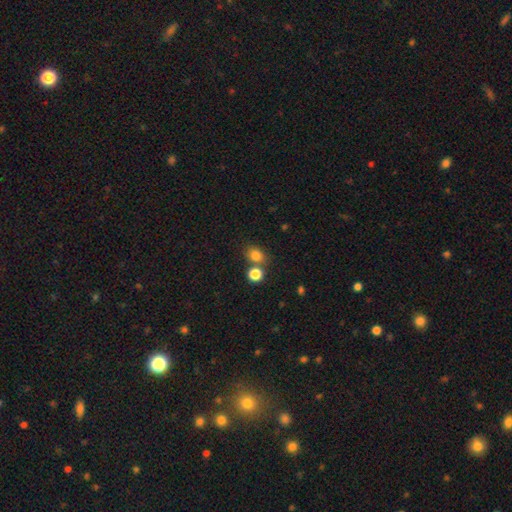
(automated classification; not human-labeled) Smooth or featured?
  - smooth: 81% *
  - star or artifact: 13%
  - featured or disk: 6%
How rounded?
  - round: 63% *
  - in between: 36%
  - cigar-shaped: 1%
Merging?
  - none: 66% *
  - merger: 20%
  - minor disturbance: 10%
  - major disturbance: 4%